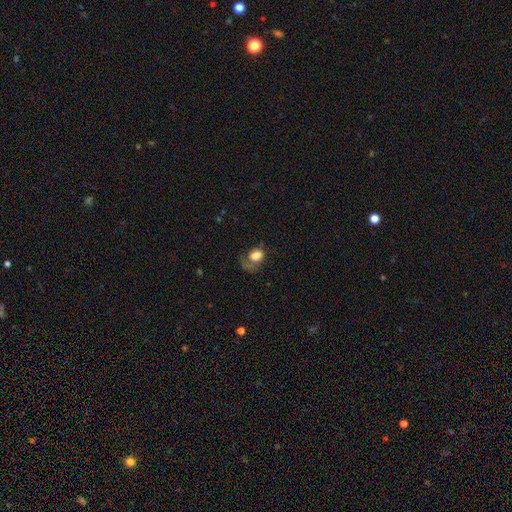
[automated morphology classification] The model was most divided on "how rounded": in between: 58%, round: 41%, cigar-shaped: 1%. Remaining: smooth or featured — smooth (72%); merging — major disturbance (45%).